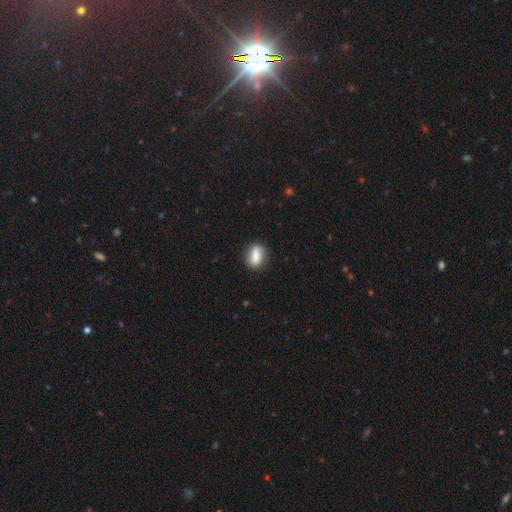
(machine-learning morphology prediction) Q: Smooth or featured?
A: smooth (75%); runner-up: featured or disk (18%)
Q: How rounded?
A: in between (71%); runner-up: round (17%)
Q: Merging?
A: none (79%); runner-up: minor disturbance (15%)